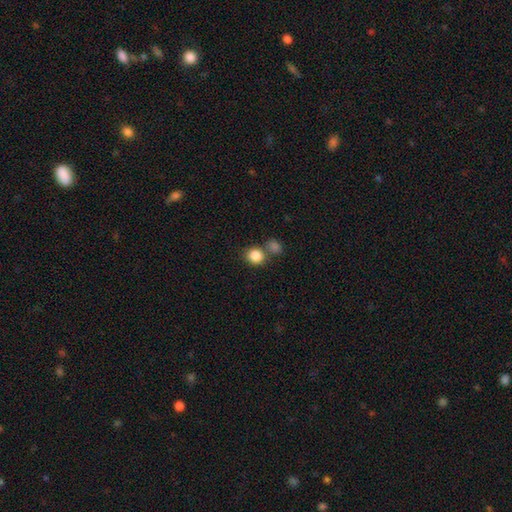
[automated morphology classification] This appears to be a smooth galaxy with no disk features (85%) that is round (79%). Merging: none (57%).